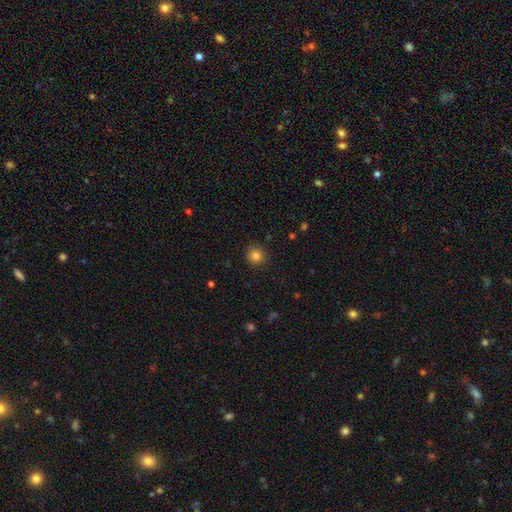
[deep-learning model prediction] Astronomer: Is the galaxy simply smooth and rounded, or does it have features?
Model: smooth — 83%.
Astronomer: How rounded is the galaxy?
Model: round — 94%.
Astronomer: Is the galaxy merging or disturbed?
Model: none — 91%.